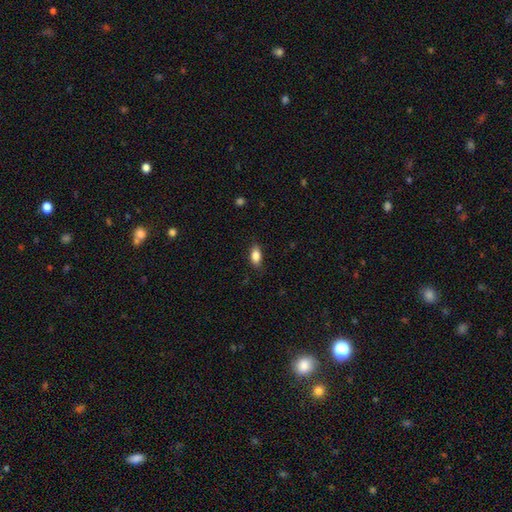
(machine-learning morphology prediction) Smooth or featured? smooth (85%)
How rounded? in between (87%)
Merging? none (84%)